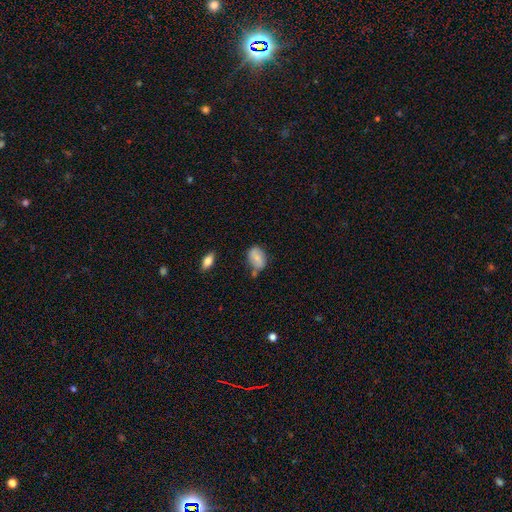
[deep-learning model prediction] smooth-or-featured: smooth: 73% | featured or disk: 20% | star or artifact: 8%
  how-rounded: in between: 83% | round: 16% | cigar-shaped: 2%
  merging: none: 57% | minor disturbance: 26% | merger: 11% | major disturbance: 6%